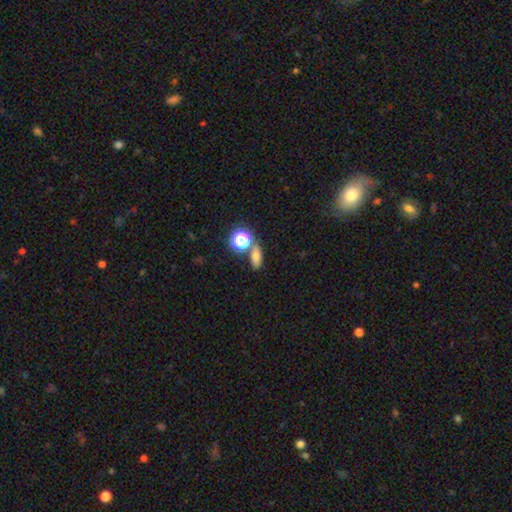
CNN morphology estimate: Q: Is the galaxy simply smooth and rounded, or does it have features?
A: smooth — 69%.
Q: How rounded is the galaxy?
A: in between — 69%.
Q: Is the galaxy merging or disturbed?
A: none — 71%.